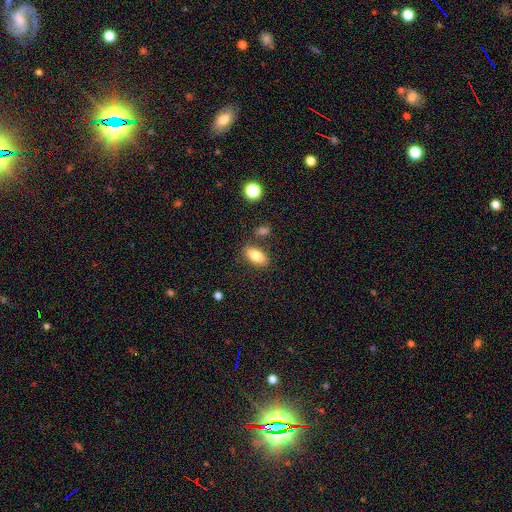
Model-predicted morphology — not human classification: Overall: smooth (81%). How rounded: in between (87%). Merging: none (80%).